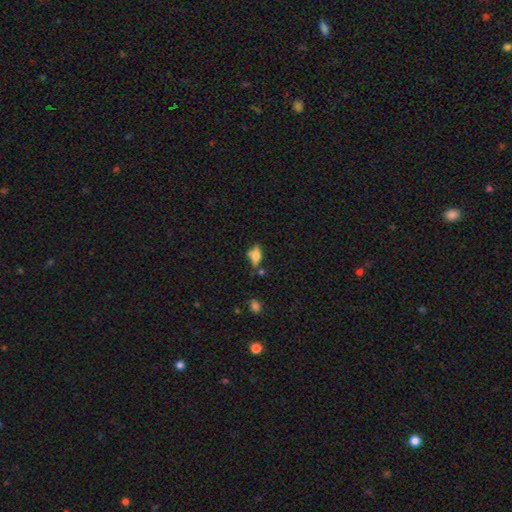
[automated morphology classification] Smooth or featured? Predicted: smooth (p=0.61). How rounded? Predicted: in between (p=0.77). Merging? Predicted: none (p=0.52).